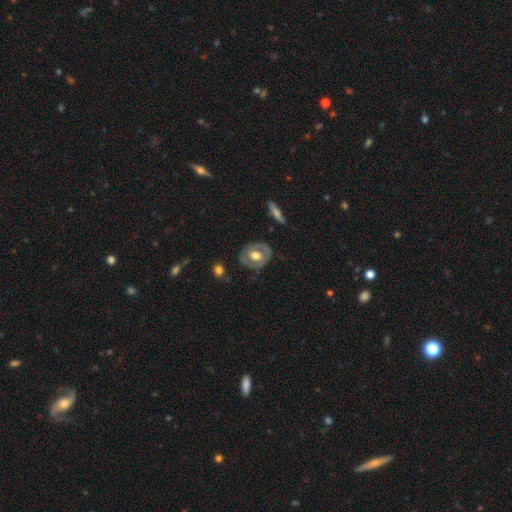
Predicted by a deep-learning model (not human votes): This appears to be a featured or disk galaxy (56%) with no bar (71%), no spiral arms (69%) and a moderate central bulge (58%). Merging: none (76%).